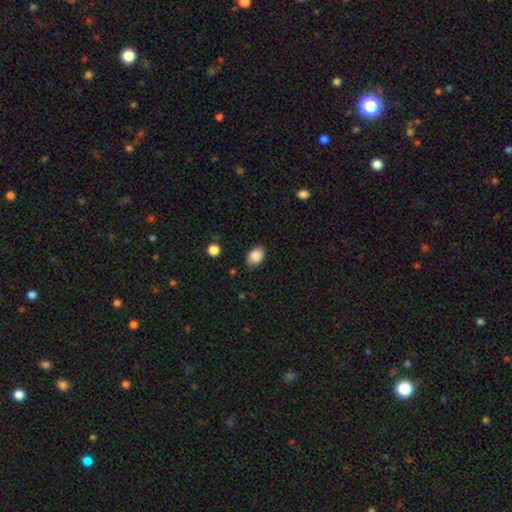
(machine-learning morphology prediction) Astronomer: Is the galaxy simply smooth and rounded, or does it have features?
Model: smooth — 87%.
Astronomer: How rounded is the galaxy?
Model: in between — 71%.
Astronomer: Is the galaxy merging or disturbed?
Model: none — 72%.